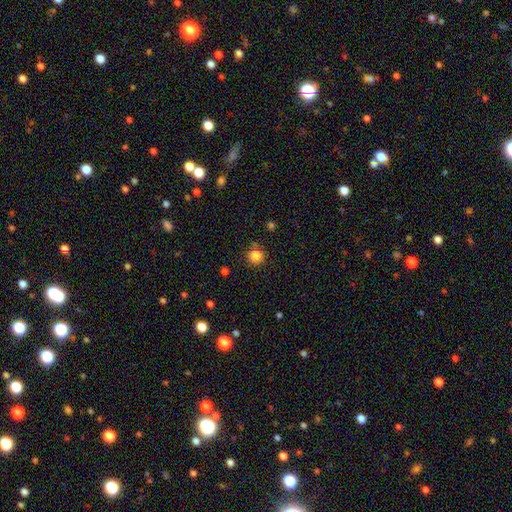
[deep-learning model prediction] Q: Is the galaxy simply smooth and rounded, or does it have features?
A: smooth — 84%.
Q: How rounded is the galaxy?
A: round — 92%.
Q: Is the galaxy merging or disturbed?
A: none — 81%.